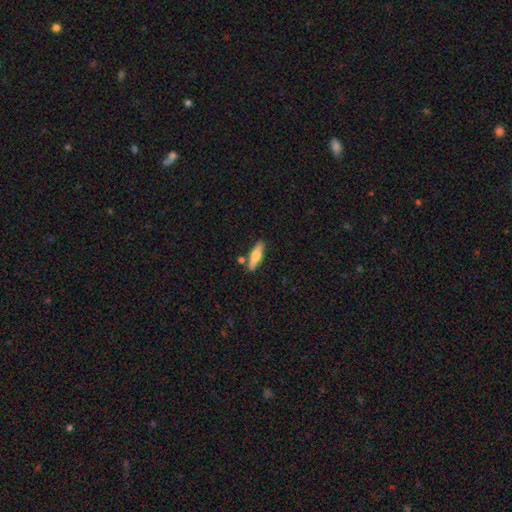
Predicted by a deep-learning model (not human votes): Smooth or featured?
  - smooth: 59% *
  - featured or disk: 35%
  - star or artifact: 6%
How rounded?
  - cigar-shaped: 60% *
  - in between: 37%
  - round: 2%
Merging?
  - none: 80% *
  - minor disturbance: 10%
  - merger: 7%
  - major disturbance: 2%